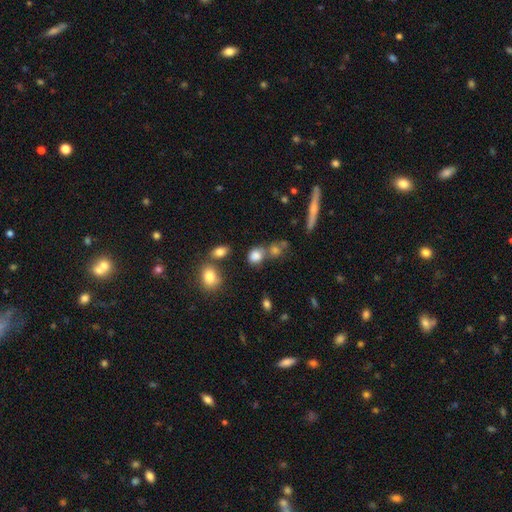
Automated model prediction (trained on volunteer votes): Smooth or featured?
  - smooth: 79% *
  - star or artifact: 13%
  - featured or disk: 8%
How rounded?
  - round: 62% *
  - in between: 36%
  - cigar-shaped: 3%
Merging?
  - none: 56% *
  - merger: 25%
  - minor disturbance: 13%
  - major disturbance: 6%